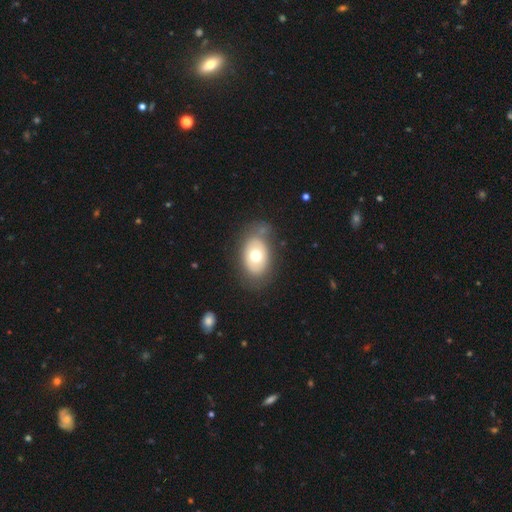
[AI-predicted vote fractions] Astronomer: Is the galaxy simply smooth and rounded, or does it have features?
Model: smooth — 63%.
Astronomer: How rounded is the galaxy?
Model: in between — 82%.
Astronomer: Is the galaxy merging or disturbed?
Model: none — 66%.